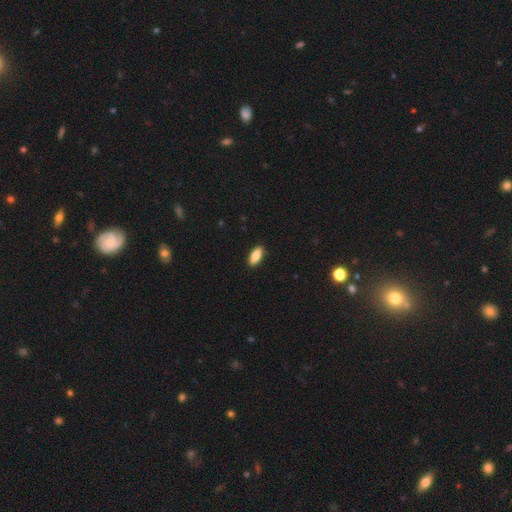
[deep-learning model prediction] Smooth or featured?
  - smooth: 83% *
  - featured or disk: 11%
  - star or artifact: 6%
How rounded?
  - in between: 79% *
  - cigar-shaped: 18%
  - round: 2%
Merging?
  - none: 90% *
  - minor disturbance: 7%
  - major disturbance: 2%
  - merger: 1%